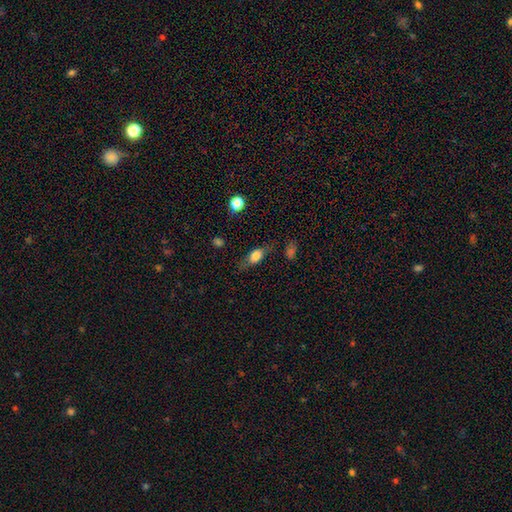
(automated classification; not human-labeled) Morphology: type=smooth (69%); roundness=in between (73%); merging=none (70%).